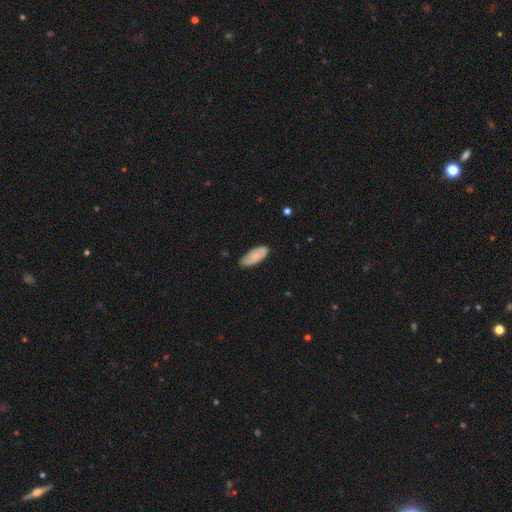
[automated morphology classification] smooth_or_featured: smooth (p=0.80) [alt: featured or disk p=0.14]
how_rounded: in between (p=0.82) [alt: cigar-shaped p=0.16]
merging: none (p=0.72) [alt: minor disturbance p=0.23]